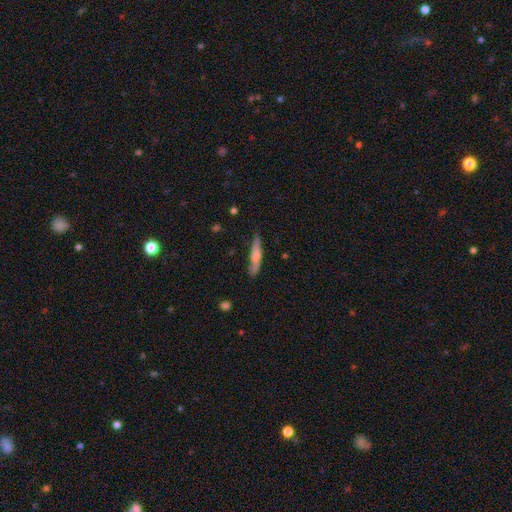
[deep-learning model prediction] Smooth or featured?
  - smooth: 61% *
  - featured or disk: 33%
  - star or artifact: 6%
How rounded?
  - cigar-shaped: 85% *
  - in between: 13%
  - round: 2%
Merging?
  - none: 71% *
  - minor disturbance: 21%
  - major disturbance: 5%
  - merger: 3%